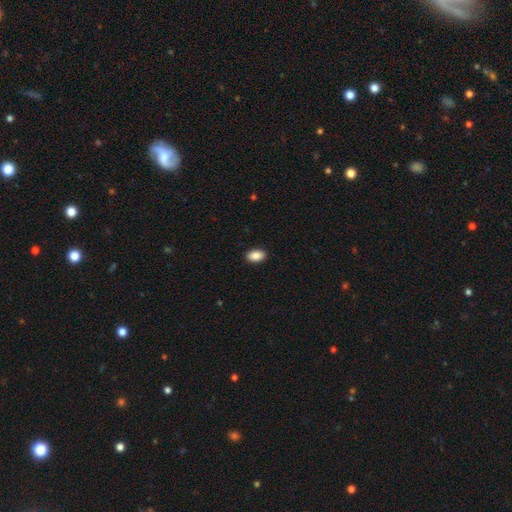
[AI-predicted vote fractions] smooth_or_featured: smooth (p=0.89) [alt: star or artifact p=0.07]
how_rounded: in between (p=0.91) [alt: round p=0.07]
merging: none (p=0.91) [alt: minor disturbance p=0.07]